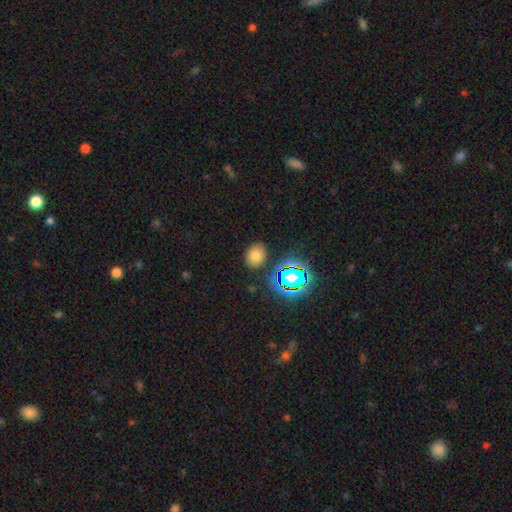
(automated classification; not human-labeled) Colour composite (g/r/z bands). It shows a smooth galaxy with no disk features (71%) that is in between round and cigar-shaped (59%). Merging: none (84%).